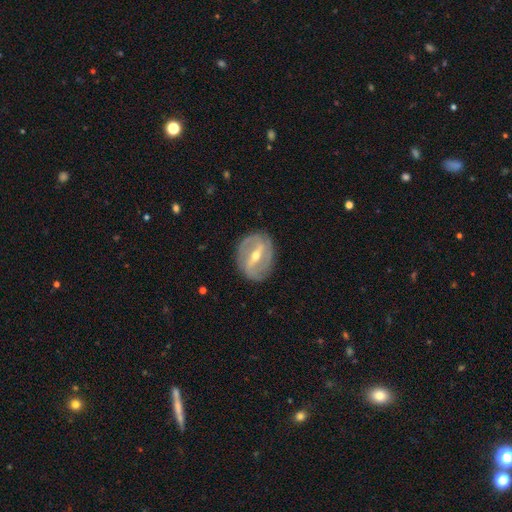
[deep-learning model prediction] Smooth or featured: featured or disk — 83% (smooth — 12%)
Edge-on disk: no — 93% (yes — 7%)
Bar: strong — 67% (weak — 26%)
Spiral arms: yes — 74% (no — 26%)
Spiral winding: tight — 45% (medium — 36%)
Spiral arm count: 2 — 73% (can't tell — 16%)
Bulge size: moderate — 62% (small — 34%)
Merging: none — 84% (minor disturbance — 11%)